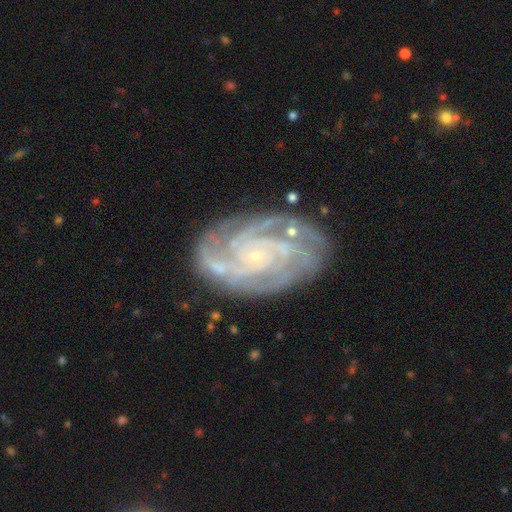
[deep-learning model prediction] Morphology: type=featured or disk (90%); edge-on=no (97%); bar=no (73%); spiral arms=yes (98%); winding=tight (71%); arm count=4 (29%); bulge=small (88%); merging=none (76%).